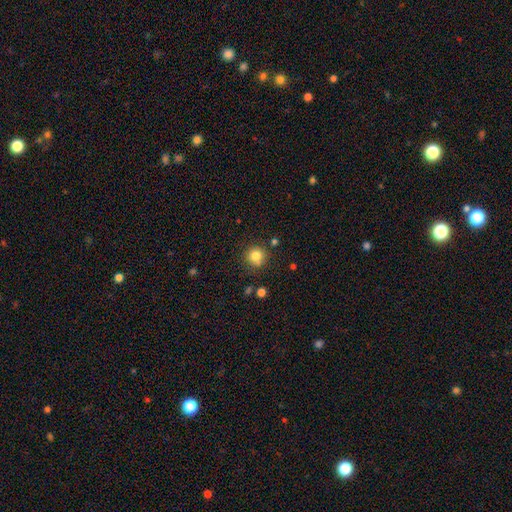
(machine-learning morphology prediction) smooth 81%, star or artifact 12%, featured or disk 7%. Down the decision tree: how rounded — round (92%); merging — none (78%).